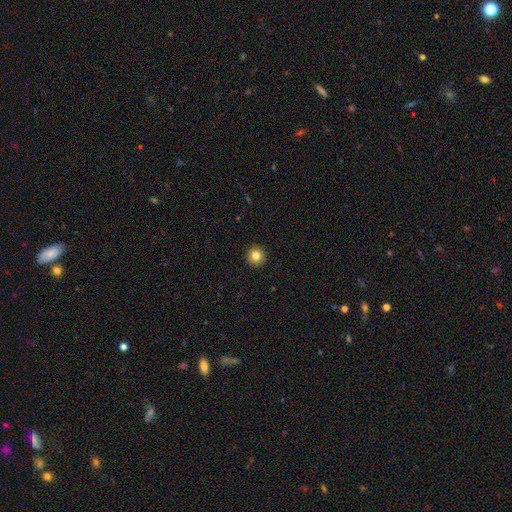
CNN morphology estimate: Overall: smooth (83%). How rounded: round (96%). Merging: none (93%).